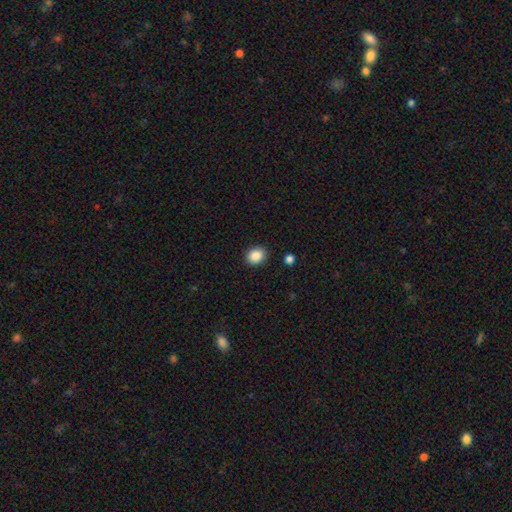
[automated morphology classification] Q: Smooth or featured?
A: smooth (88%); runner-up: star or artifact (9%)
Q: How rounded?
A: round (65%); runner-up: in between (35%)
Q: Merging?
A: none (89%); runner-up: minor disturbance (7%)